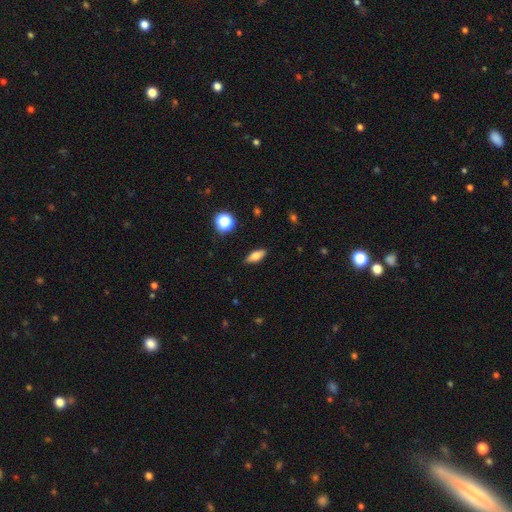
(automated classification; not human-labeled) The model was most divided on "smooth or featured": smooth: 70%, featured or disk: 21%, star or artifact: 9%. More confident: merging — none (88%); how rounded — in between (73%).